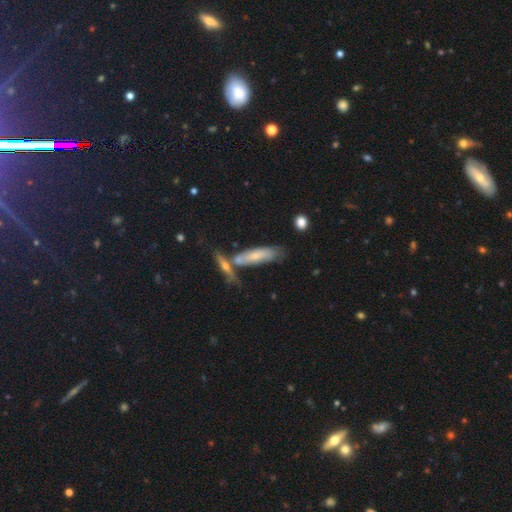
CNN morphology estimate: smooth-or-featured: smooth: 54% | featured or disk: 39% | star or artifact: 7%
  how-rounded: cigar-shaped: 57% | in between: 41% | round: 2%
  merging: none: 47% | merger: 29% | minor disturbance: 18% | major disturbance: 6%